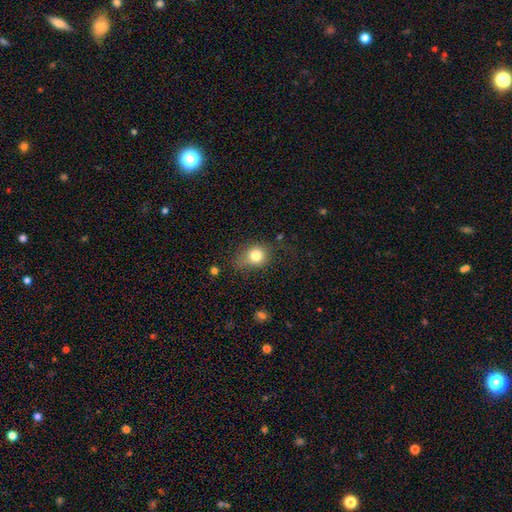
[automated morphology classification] Smooth or featured: smooth — 77% (star or artifact — 12%)
How rounded: round — 67% (in between — 32%)
Merging: none — 56% (minor disturbance — 28%)